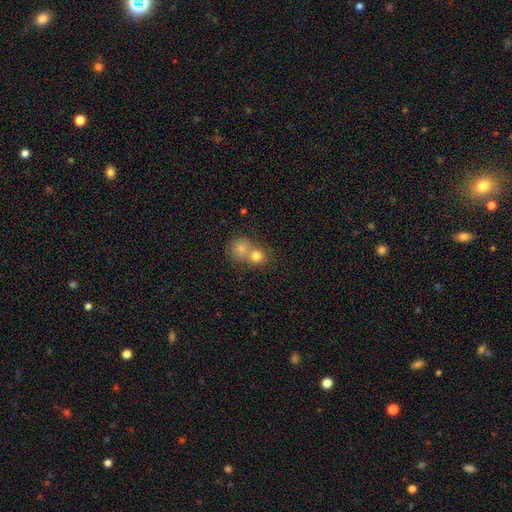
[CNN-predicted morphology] Smooth or featured?
  - smooth: 78% *
  - star or artifact: 11%
  - featured or disk: 11%
How rounded?
  - round: 82% *
  - in between: 17%
  - cigar-shaped: 1%
Merging?
  - merger: 56% *
  - none: 36%
  - minor disturbance: 6%
  - major disturbance: 2%